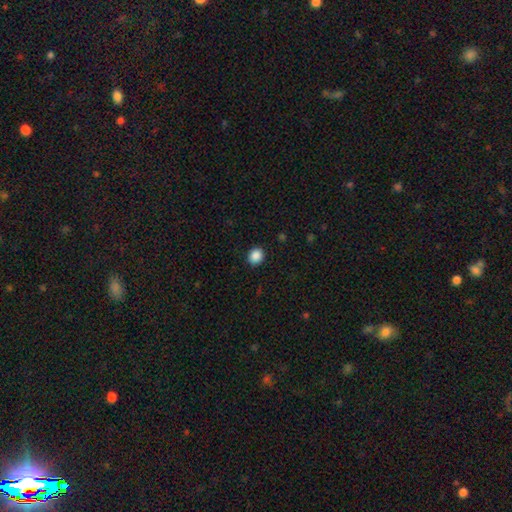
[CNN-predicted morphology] Smooth or featured: smooth — 88% (star or artifact — 9%)
How rounded: round — 73% (in between — 26%)
Merging: none — 91% (minor disturbance — 6%)